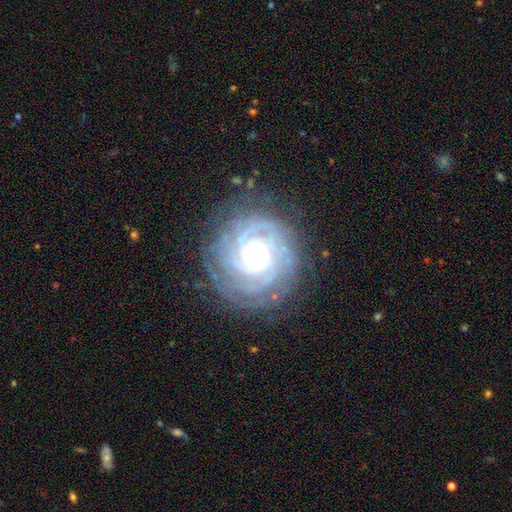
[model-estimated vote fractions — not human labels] Smooth or featured: featured or disk — 86% (smooth — 7%)
Edge-on disk: no — 97% (yes — 3%)
Bar: no — 71% (weak — 20%)
Spiral arms: yes — 97% (no — 3%)
Spiral winding: tight — 74% (medium — 22%)
Spiral arm count: can't tell — 26% (3 — 22%)
Bulge size: moderate — 44% (large — 42%)
Merging: none — 77% (minor disturbance — 15%)